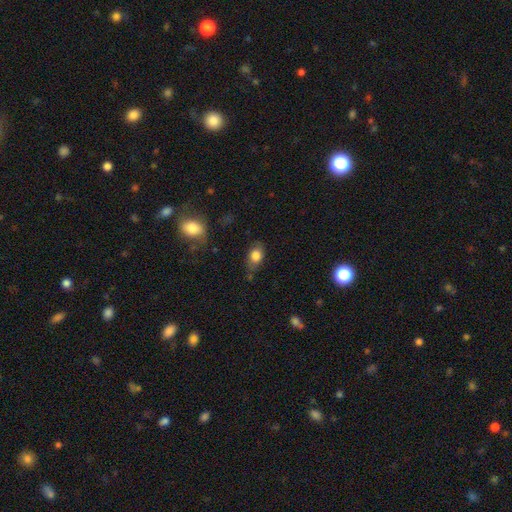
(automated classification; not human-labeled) Morphology: type=smooth (79%); roundness=in between (74%); merging=none (60%).